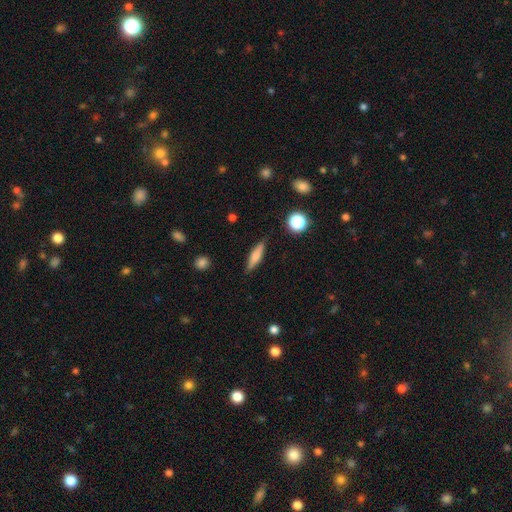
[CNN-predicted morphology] Smooth or featured? Predicted: smooth (p=0.66). How rounded? Predicted: cigar-shaped (p=0.76). Merging? Predicted: none (p=0.86).